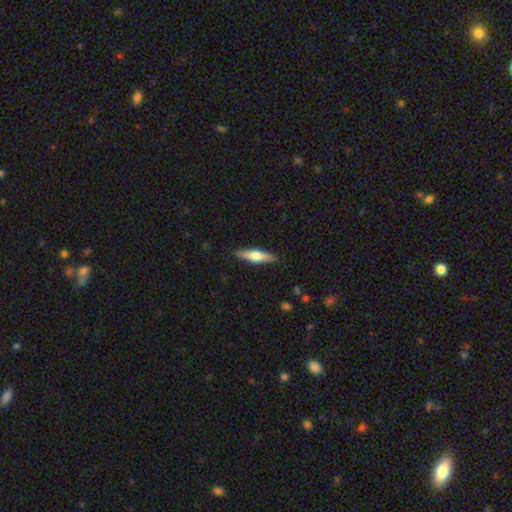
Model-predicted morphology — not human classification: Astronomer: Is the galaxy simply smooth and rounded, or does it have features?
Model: smooth — 51% (runner-up: featured or disk, 44%).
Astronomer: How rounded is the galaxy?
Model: cigar-shaped — 73%.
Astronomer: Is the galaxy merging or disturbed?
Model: none — 89%.